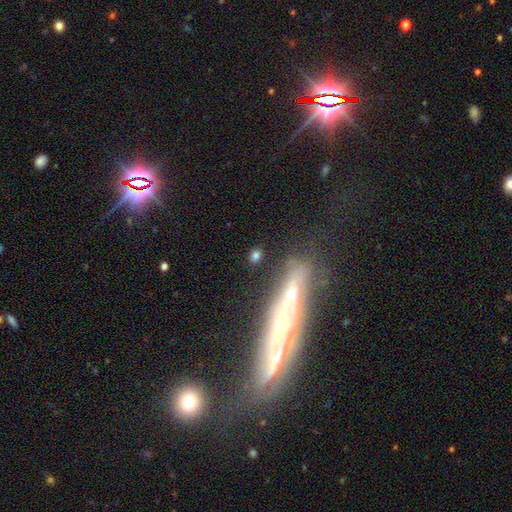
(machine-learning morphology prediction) Overall: smooth (74%). How rounded: in between (56%; round 36%). Merging: none (81%).